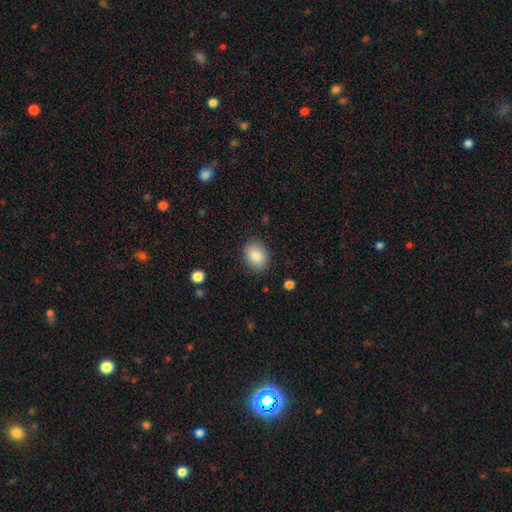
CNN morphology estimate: Smooth or featured: smooth — 86% (star or artifact — 8%)
How rounded: in between — 61% (round — 38%)
Merging: none — 86% (minor disturbance — 10%)